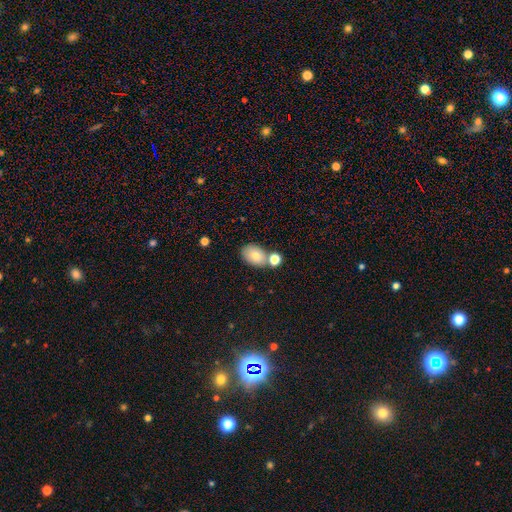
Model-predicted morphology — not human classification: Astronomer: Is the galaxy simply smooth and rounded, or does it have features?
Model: smooth — 78%.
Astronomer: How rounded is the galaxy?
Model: in between — 85%.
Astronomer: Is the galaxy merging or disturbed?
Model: none — 61%.